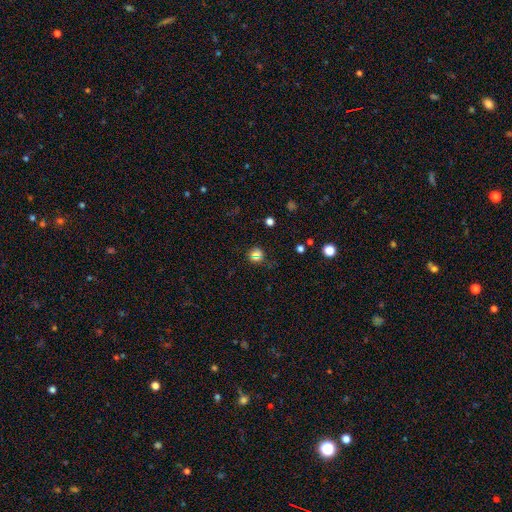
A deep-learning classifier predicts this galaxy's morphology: Smooth or featured: smooth — 52% (star or artifact — 38%)
How rounded: round — 85% (in between — 13%)
Merging: none — 75% (minor disturbance — 11%)